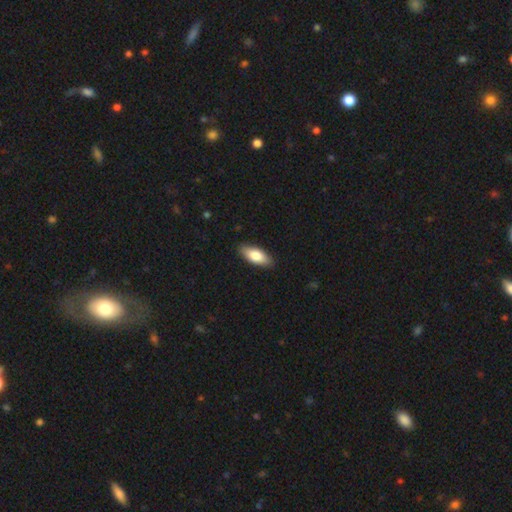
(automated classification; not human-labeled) smooth 79%, featured or disk 15%, star or artifact 6%. Down the decision tree: how rounded — in between (79%); merging — none (88%).